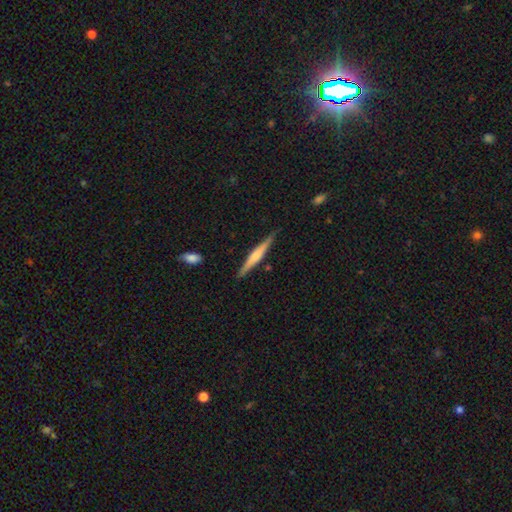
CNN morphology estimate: Smooth or featured? featured or disk (57%)
Edge-on disk? yes (97%)
Edge-on bulge? rounded (57%)
Merging? none (85%)